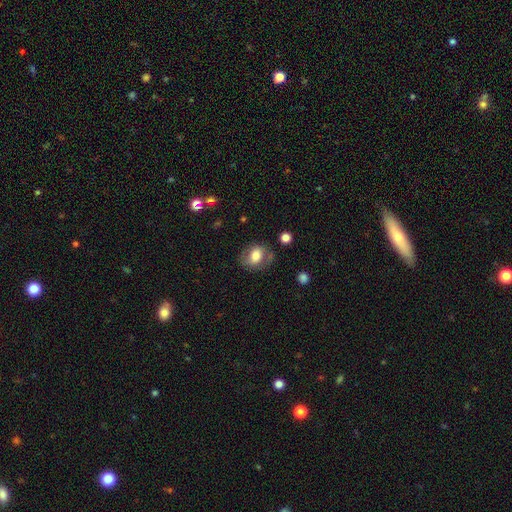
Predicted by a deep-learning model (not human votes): smooth-or-featured: smooth: 61% | featured or disk: 30% | star or artifact: 8%
  how-rounded: in between: 61% | round: 38% | cigar-shaped: 1%
  merging: none: 67% | minor disturbance: 20% | major disturbance: 10% | merger: 3%